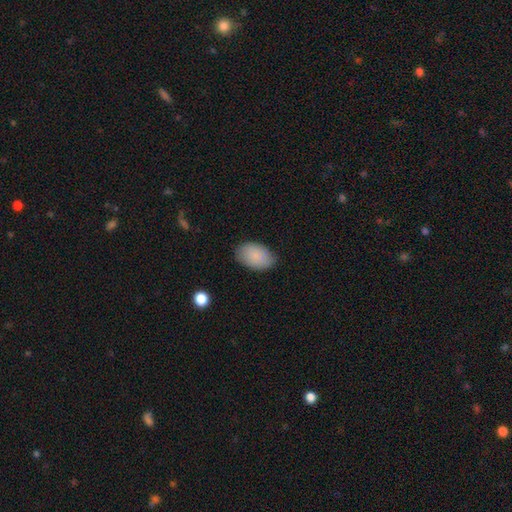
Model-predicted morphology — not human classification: A smooth galaxy with no disk features (84%) that is in between round and cigar-shaped (90%).

Vote fractions:
- Smooth or featured? smooth: 84% / featured or disk: 9% / star or artifact: 7%
- How rounded? in between: 90% / round: 9% / cigar-shaped: 1%
- Merging? none: 79% / minor disturbance: 16% / major disturbance: 3% / merger: 1%